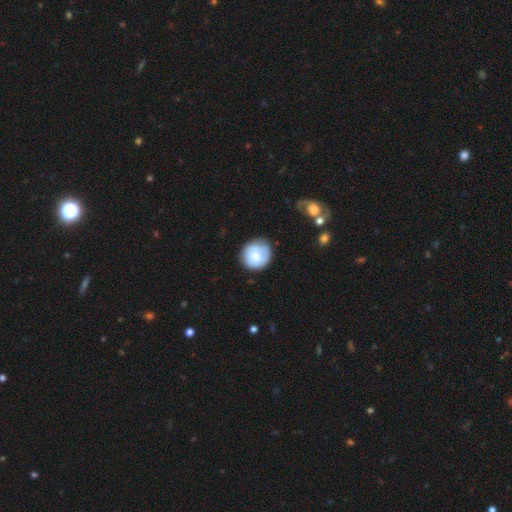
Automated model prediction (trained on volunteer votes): Overall: smooth (72%). How rounded: round (89%). Merging: none (70%).